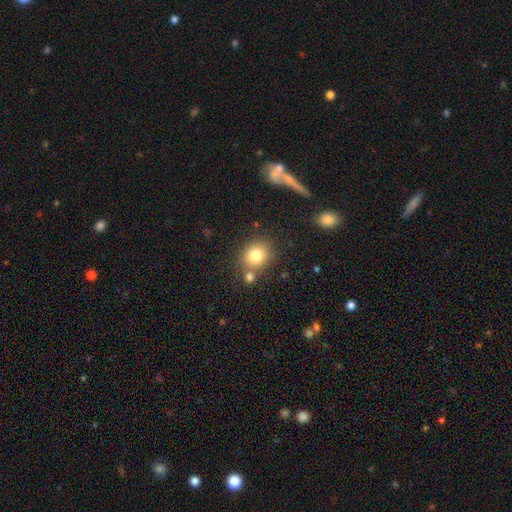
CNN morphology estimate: Overall: smooth (79%). How rounded: round (73%). Merging: none (69%).